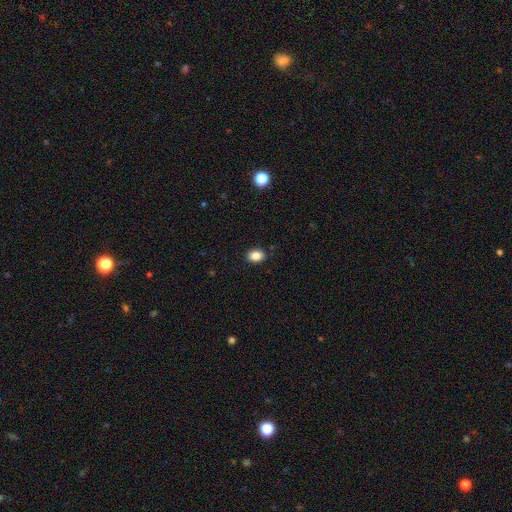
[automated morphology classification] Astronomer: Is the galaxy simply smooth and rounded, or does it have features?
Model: smooth — 86%.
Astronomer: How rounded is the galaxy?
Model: in between — 69%.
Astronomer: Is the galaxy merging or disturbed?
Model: none — 88%.